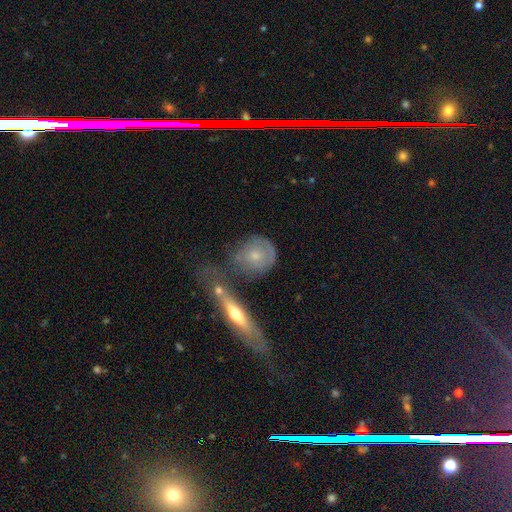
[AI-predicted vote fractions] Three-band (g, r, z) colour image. It shows a smooth galaxy with no disk features (49%). Merging: none (50%).